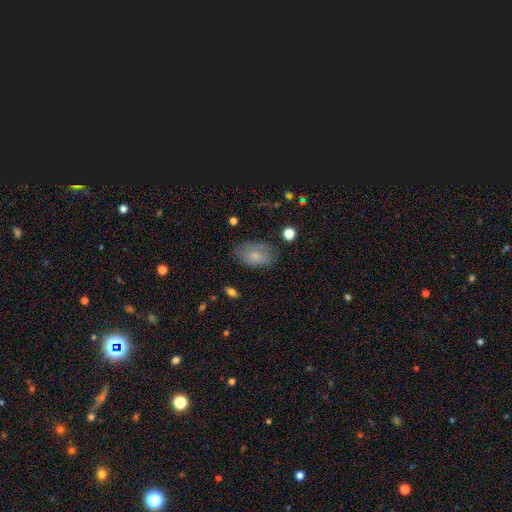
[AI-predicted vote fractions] This appears to be a smooth galaxy with no disk features (71%) that is in between round and cigar-shaped (90%). Merging: none (69%).